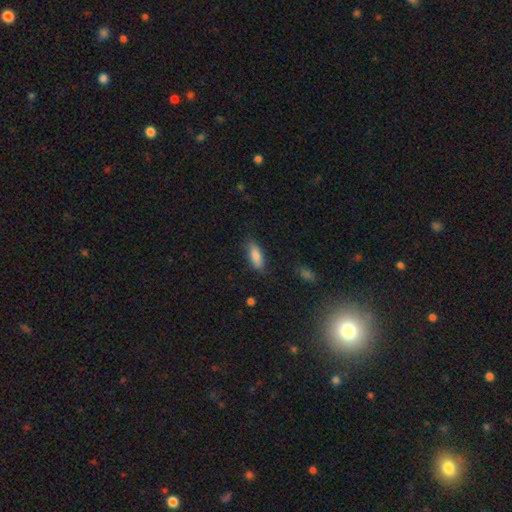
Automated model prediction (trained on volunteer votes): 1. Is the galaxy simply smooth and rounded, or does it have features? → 85% smooth, 8% featured or disk, 6% star or artifact.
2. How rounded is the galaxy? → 70% in between, 28% cigar-shaped, 2% round.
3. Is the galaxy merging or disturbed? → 82% none, 14% minor disturbance, 3% major disturbance, 1% merger.